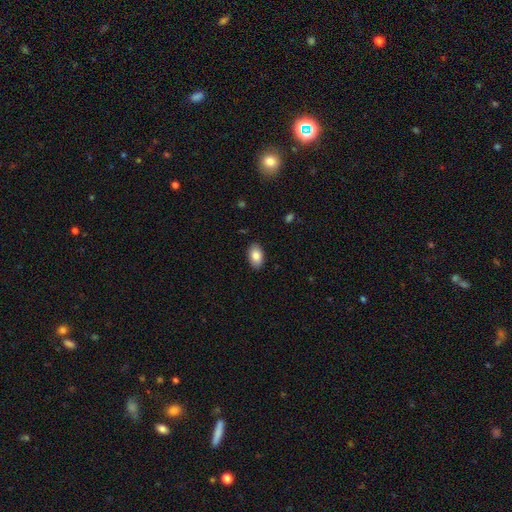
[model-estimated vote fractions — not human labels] Smooth or featured? Predicted: smooth (p=0.85). How rounded? Predicted: in between (p=0.93). Merging? Predicted: none (p=0.88).